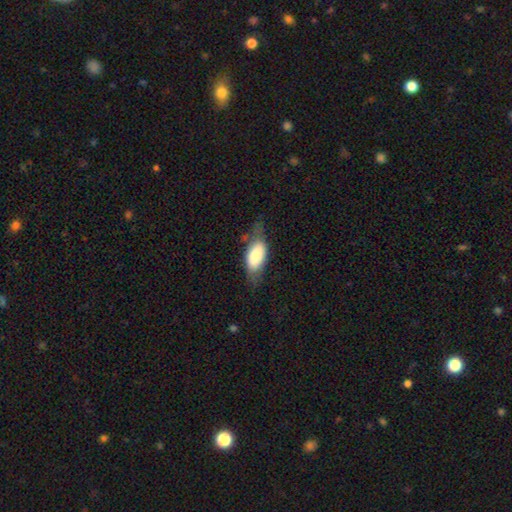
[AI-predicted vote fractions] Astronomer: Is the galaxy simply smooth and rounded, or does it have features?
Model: smooth — 74%.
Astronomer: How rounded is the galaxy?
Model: in between — 86%.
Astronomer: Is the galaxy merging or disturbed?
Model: none — 52% (runner-up: minor disturbance, 31%).